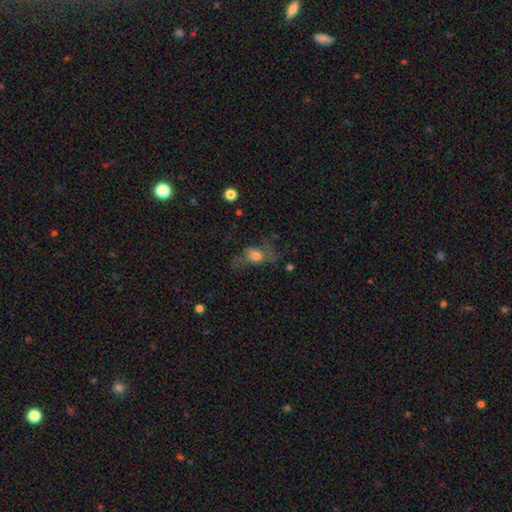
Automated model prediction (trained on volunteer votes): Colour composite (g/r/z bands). It shows a smooth galaxy with no disk features (57%) that is in between round and cigar-shaped (65%). Merging: none (38%).